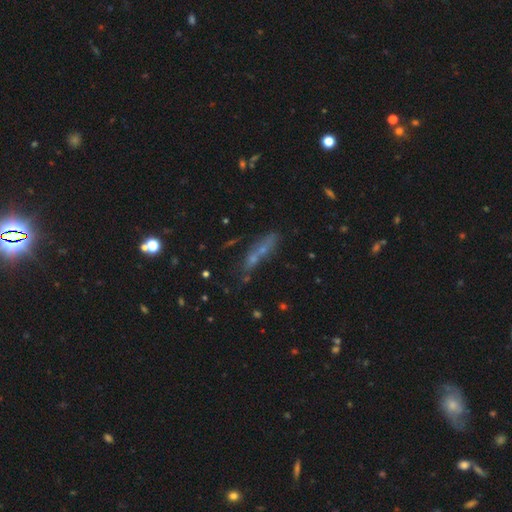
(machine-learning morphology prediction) Overall: smooth (43%; featured or disk 30%). Merging: none (50%; merger 19%).